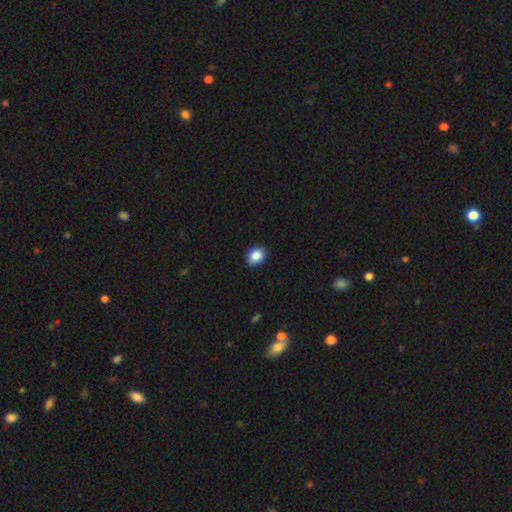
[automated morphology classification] smooth 87%, star or artifact 9%, featured or disk 4%. Down the decision tree: how rounded — round (55%); merging — none (88%).